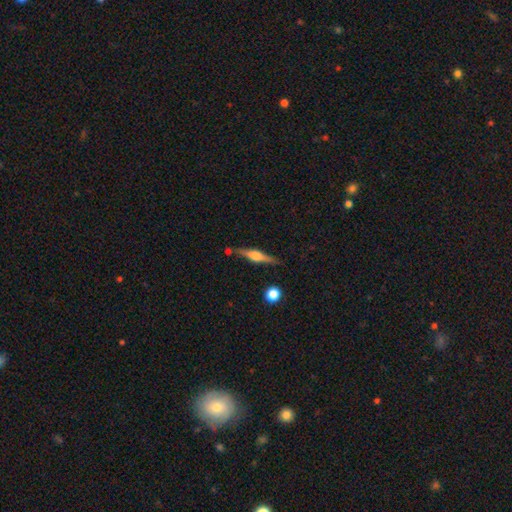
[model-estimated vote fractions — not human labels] This is likely a featured or disk galaxy (74%). It is clearly viewed edge-on (97%). Edge-on bulge: clearly rounded (86%). Merging: clearly none (81%).